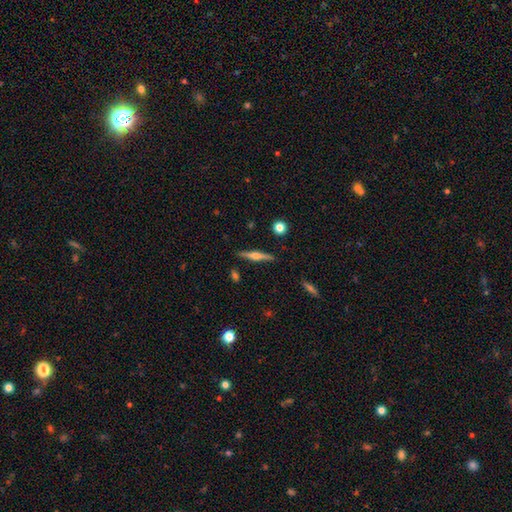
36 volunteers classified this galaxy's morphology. This is likely a featured or disk galaxy (75%). It is clearly viewed edge-on (100%). Edge-on bulge: clearly rounded (100%). Merging: clearly none (89%).